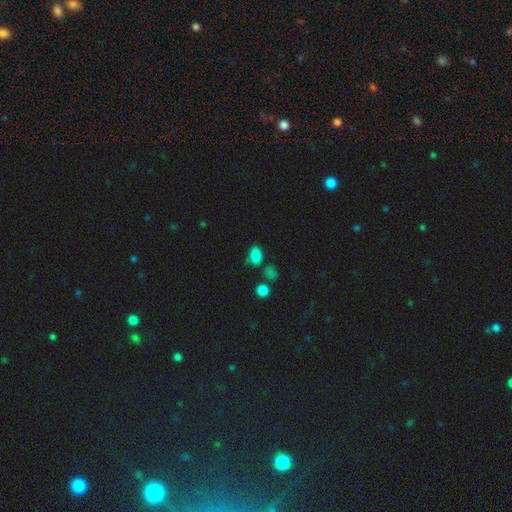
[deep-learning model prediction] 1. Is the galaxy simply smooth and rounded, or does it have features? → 83% smooth, 12% star or artifact, 6% featured or disk.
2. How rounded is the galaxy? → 82% in between, 16% round, 2% cigar-shaped.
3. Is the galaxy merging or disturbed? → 63% none, 21% minor disturbance, 10% merger, 7% major disturbance.